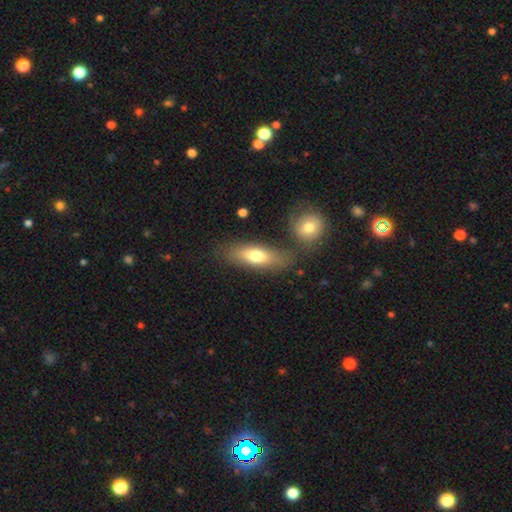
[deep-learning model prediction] Morphology: type=smooth (71%); roundness=in between (69%); merging=none (67%).